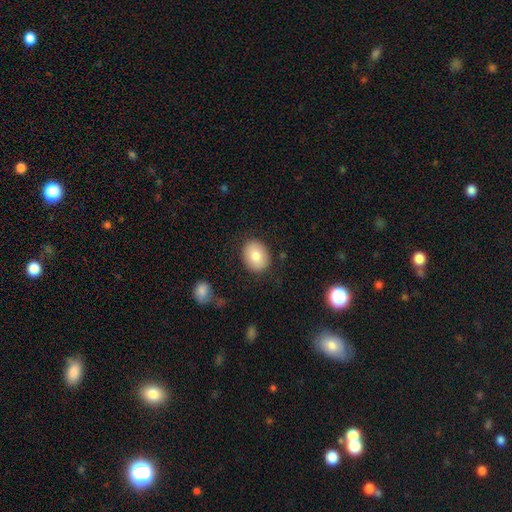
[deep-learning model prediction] Q: Smooth or featured?
A: smooth (83%); runner-up: featured or disk (10%)
Q: How rounded?
A: in between (64%); runner-up: round (35%)
Q: Merging?
A: none (85%); runner-up: minor disturbance (10%)